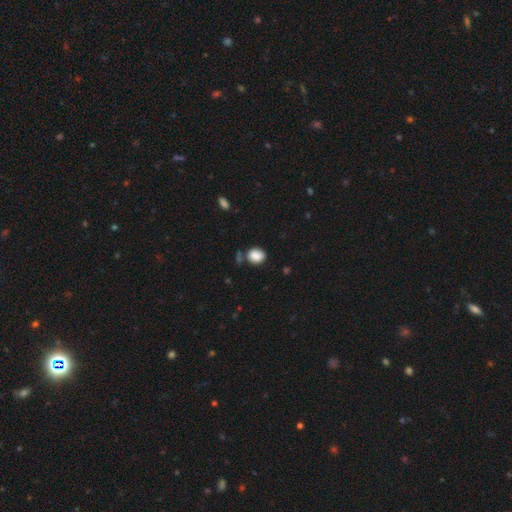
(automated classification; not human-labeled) Smooth or featured: smooth — 87% (star or artifact — 9%)
How rounded: round — 50% (in between — 48%)
Merging: none — 70% (minor disturbance — 16%)